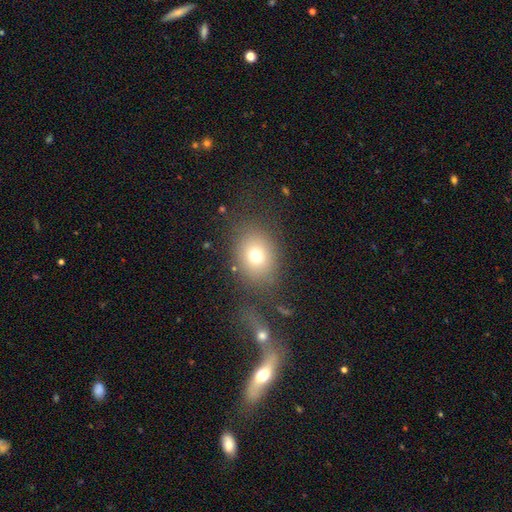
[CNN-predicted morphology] Q: Smooth or featured?
A: smooth (72%); runner-up: featured or disk (15%)
Q: How rounded?
A: in between (54%); runner-up: round (45%)
Q: Merging?
A: none (68%); runner-up: minor disturbance (14%)